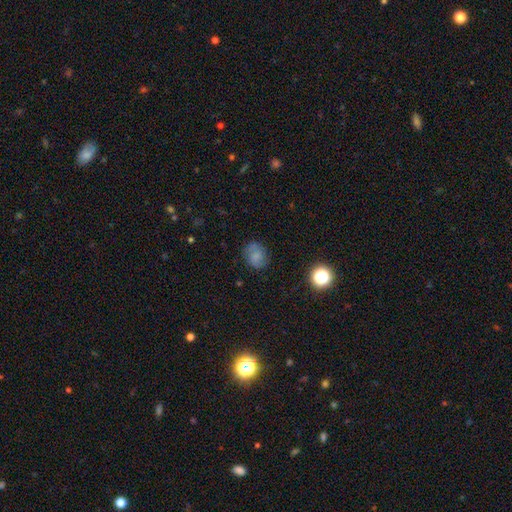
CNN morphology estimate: Smooth or featured?
  - smooth: 60% *
  - featured or disk: 26%
  - star or artifact: 14%
How rounded?
  - round: 62% *
  - in between: 36%
  - cigar-shaped: 1%
Merging?
  - none: 75% *
  - minor disturbance: 18%
  - major disturbance: 6%
  - merger: 2%